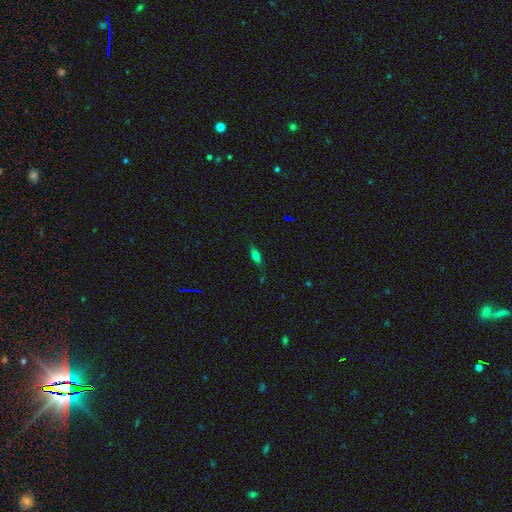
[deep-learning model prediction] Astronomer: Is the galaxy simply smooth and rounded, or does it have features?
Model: smooth — 68%.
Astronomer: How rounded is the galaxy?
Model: in between — 70%.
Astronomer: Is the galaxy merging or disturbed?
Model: none — 74%.